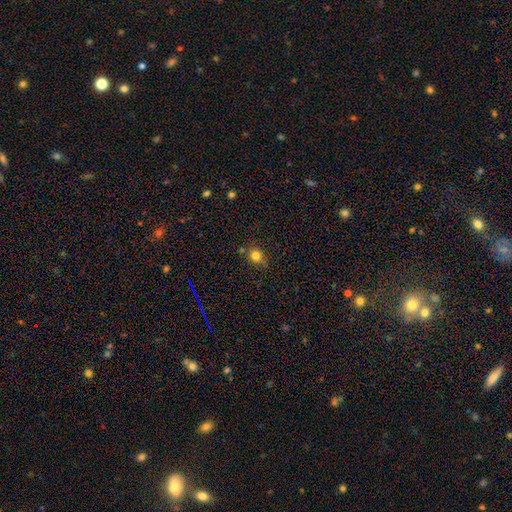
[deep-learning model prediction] smooth 81%, star or artifact 13%, featured or disk 6%. Down the decision tree: how rounded — round (82%); merging — none (73%).